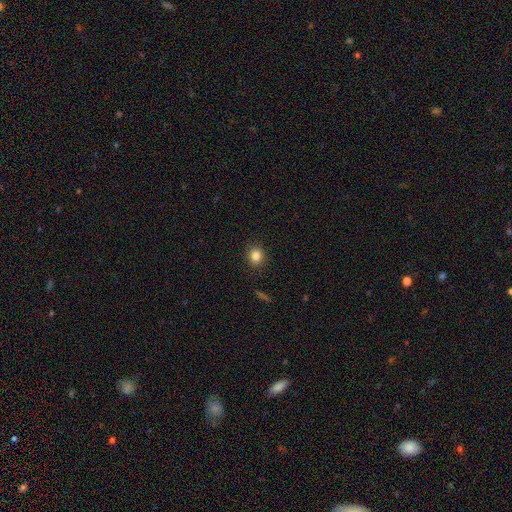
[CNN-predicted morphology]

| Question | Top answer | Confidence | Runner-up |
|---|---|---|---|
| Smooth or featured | smooth | 84% | star or artifact (11%) |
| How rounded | round | 80% | in between (19%) |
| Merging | none | 90% | minor disturbance (7%) |